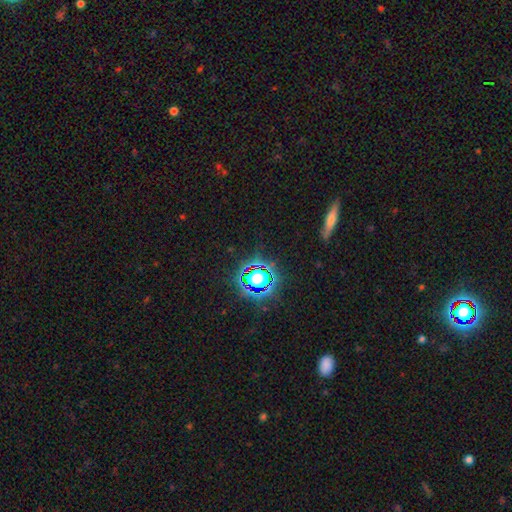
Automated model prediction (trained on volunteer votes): smooth_or_featured: star or artifact (p=0.70) [alt: smooth p=0.18]